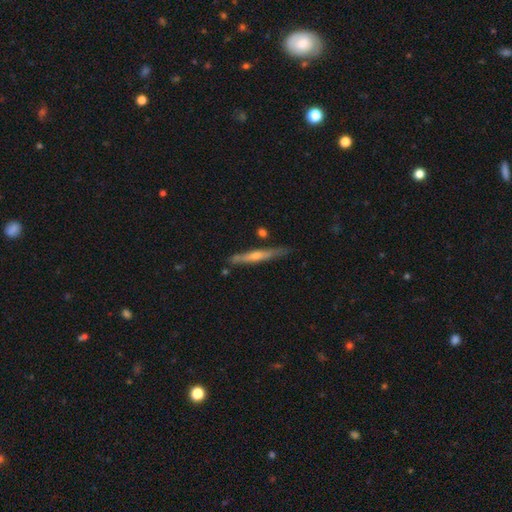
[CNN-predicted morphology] type=featured or disk (61%); edge-on=yes (94%); edge-on bulge=rounded (66%); merging=none (78%).